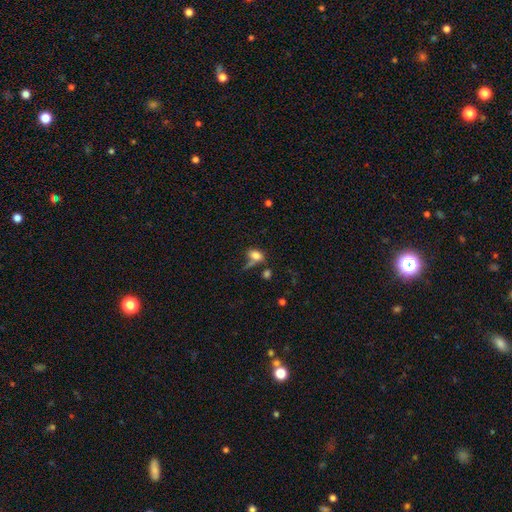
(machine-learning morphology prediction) The model was most divided on "merging": none: 41%, merger: 22%, minor disturbance: 20%, major disturbance: 17%. More confident: how rounded — in between (83%); smooth or featured — smooth (76%).